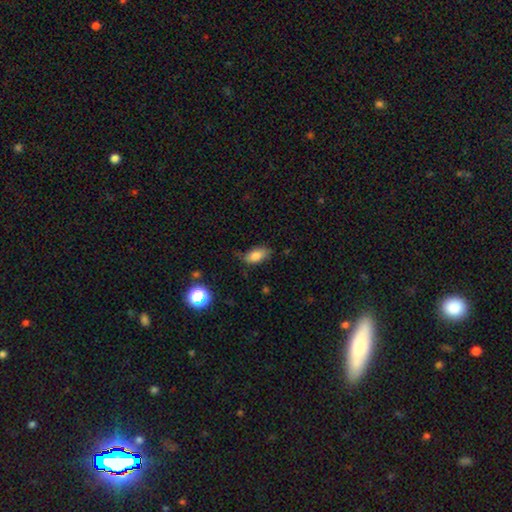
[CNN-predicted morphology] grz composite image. It shows a smooth galaxy with no disk features (82%) that is in between round and cigar-shaped (89%). Merging: none (68%).